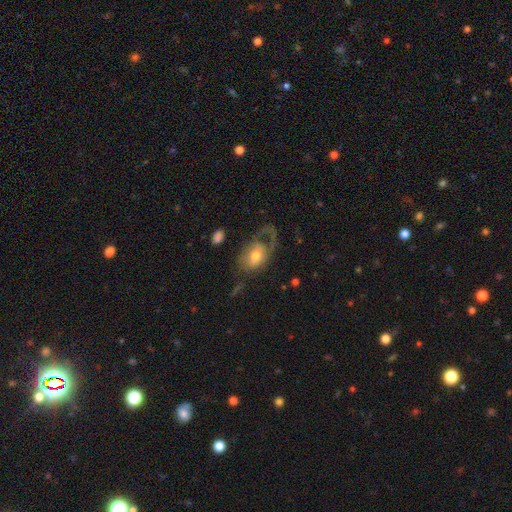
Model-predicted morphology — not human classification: Smooth or featured? Predicted: featured or disk (p=0.48). Merging? Predicted: major disturbance (p=0.51).